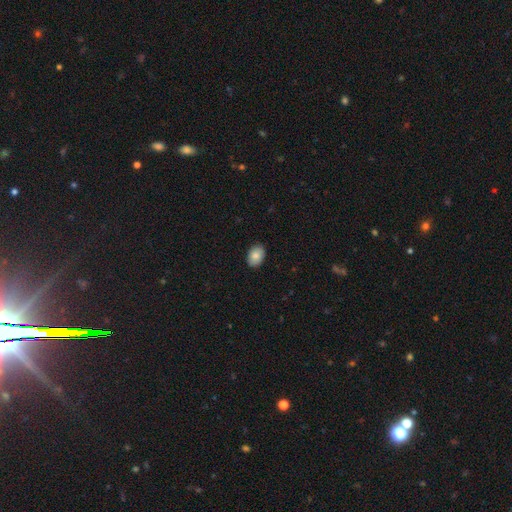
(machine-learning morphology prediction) A smooth galaxy with no disk features (87%) that is in between round and cigar-shaped (83%). Merging: none (89%).